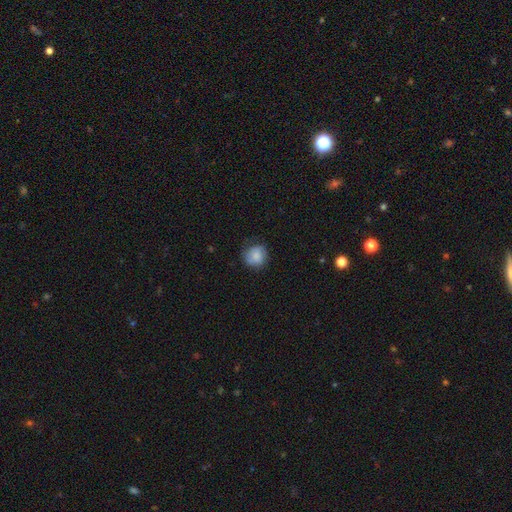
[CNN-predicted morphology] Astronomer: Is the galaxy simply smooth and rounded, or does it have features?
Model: smooth — 83%.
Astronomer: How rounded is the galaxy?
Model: round — 82%.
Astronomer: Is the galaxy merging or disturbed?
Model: none — 70%.